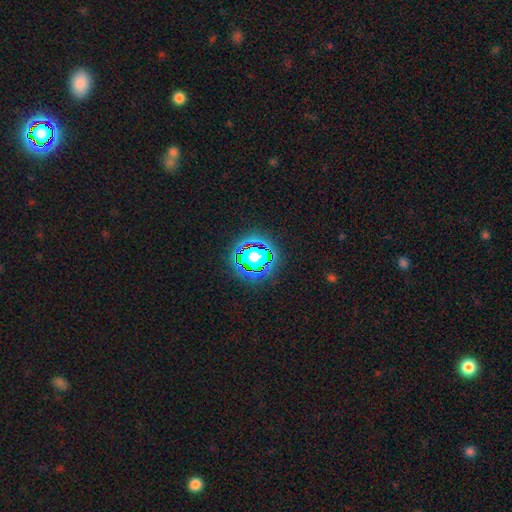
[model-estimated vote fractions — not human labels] Smooth or featured?
  - star or artifact: 79% *
  - smooth: 14%
  - featured or disk: 7%